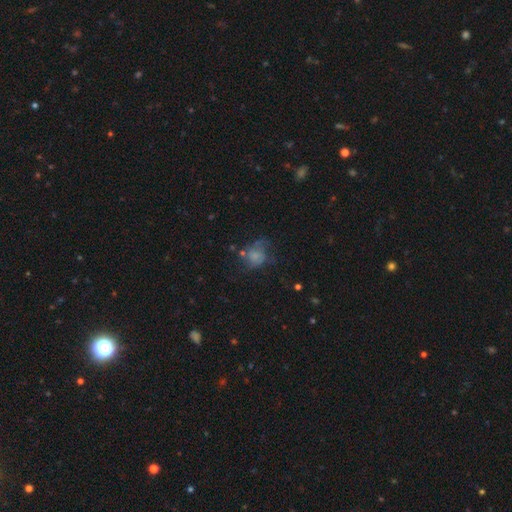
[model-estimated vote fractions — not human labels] Smooth or featured?
  - smooth: 47% *
  - featured or disk: 39%
  - star or artifact: 14%
Merging?
  - major disturbance: 37% *
  - none: 33%
  - minor disturbance: 24%
  - merger: 6%